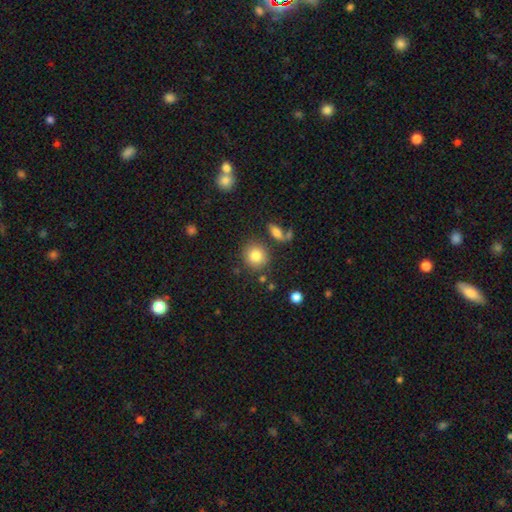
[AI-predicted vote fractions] Morphology: type=smooth (81%); roundness=round (85%); merging=none (80%).